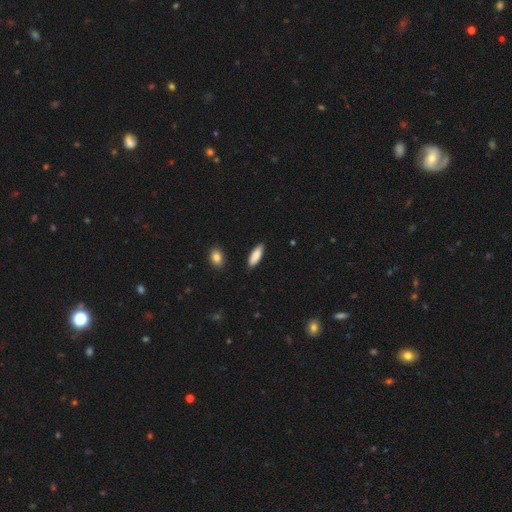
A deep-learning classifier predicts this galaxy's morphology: Smooth or featured? Predicted: smooth (p=0.88). How rounded? Predicted: in between (p=0.63). Merging? Predicted: none (p=0.87).